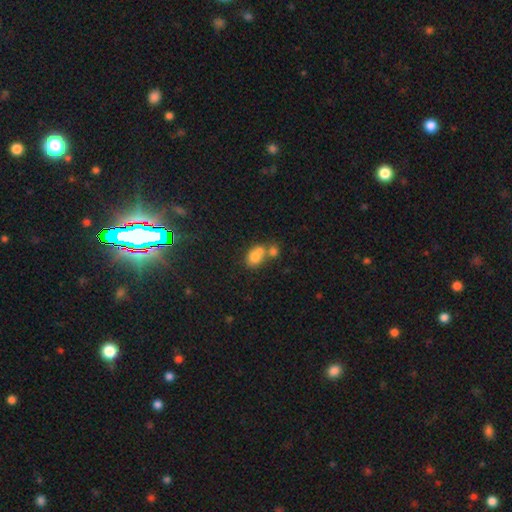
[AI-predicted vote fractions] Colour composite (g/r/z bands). It shows a smooth galaxy with no disk features (74%) that is in between round and cigar-shaped (62%). Merging: merger (58%).